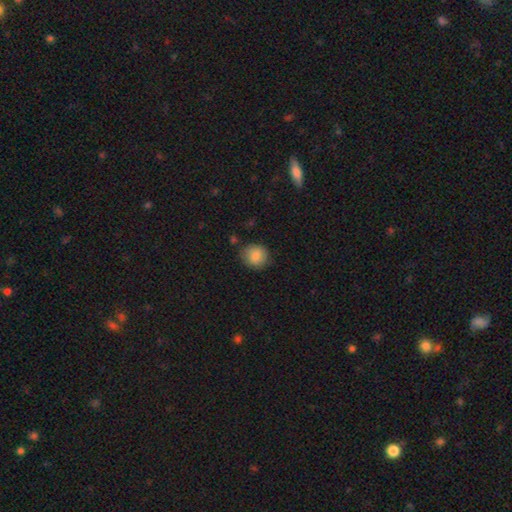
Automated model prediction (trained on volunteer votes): Overall: smooth (86%). How rounded: round (84%). Merging: none (80%).